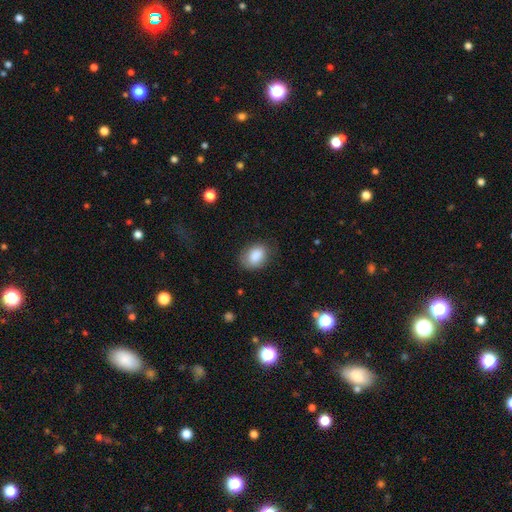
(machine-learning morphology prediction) smooth-or-featured: smooth: 87% | star or artifact: 7% | featured or disk: 6%
  how-rounded: in between: 71% | round: 28% | cigar-shaped: 1%
  merging: none: 73% | minor disturbance: 20% | major disturbance: 6% | merger: 1%